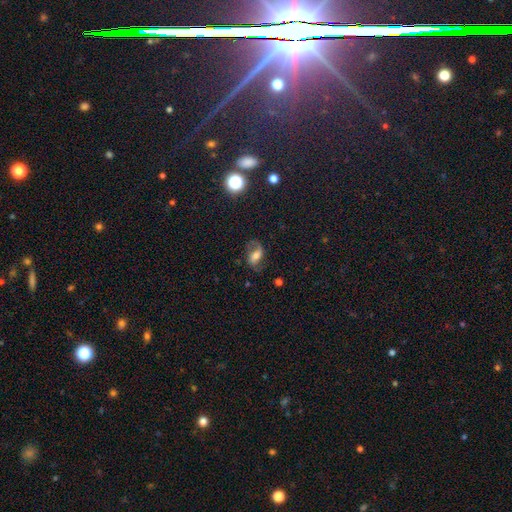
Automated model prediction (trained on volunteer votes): Morphology: type=featured or disk (51%); edge-on=no (94%); merging=none (62%).